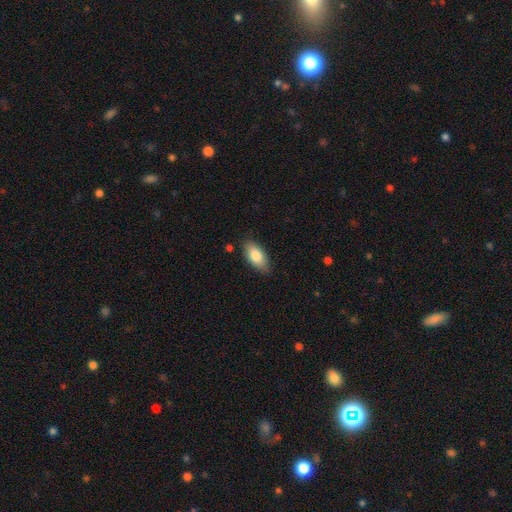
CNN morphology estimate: Overall: smooth (81%). How rounded: in between (90%). Merging: none (83%).